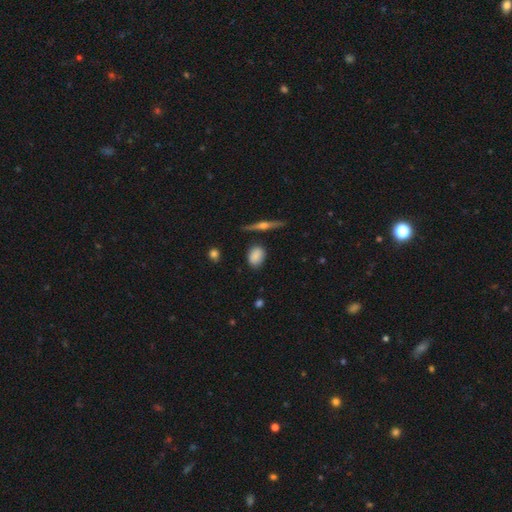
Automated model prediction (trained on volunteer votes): Smooth or featured? Predicted: smooth (p=0.81). How rounded? Predicted: in between (p=0.63). Merging? Predicted: none (p=0.81).